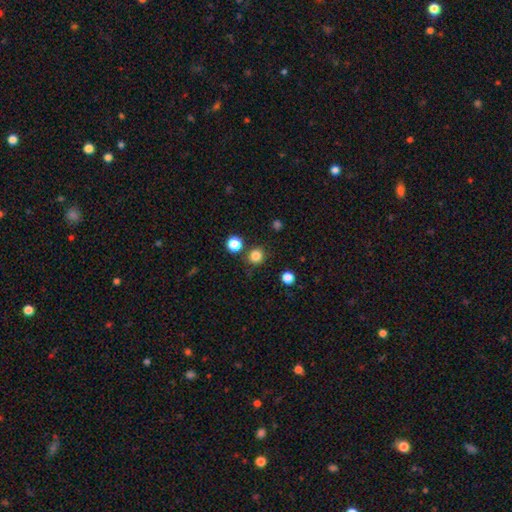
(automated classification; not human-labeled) smooth 83%, star or artifact 13%, featured or disk 4%. Down the decision tree: how rounded — round (93%); merging — none (84%).